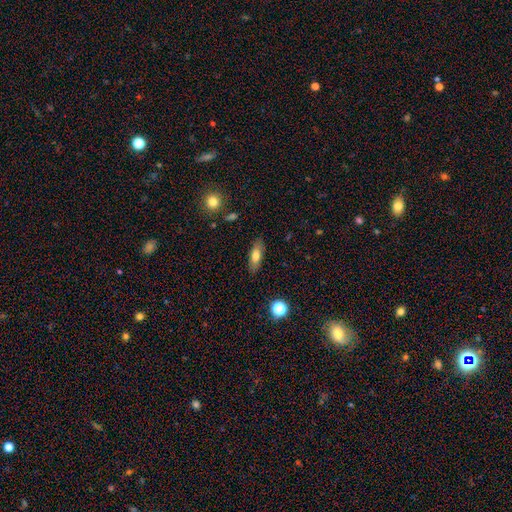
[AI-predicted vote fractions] Morphology: type=smooth (72%); roundness=in between (72%); merging=none (85%).